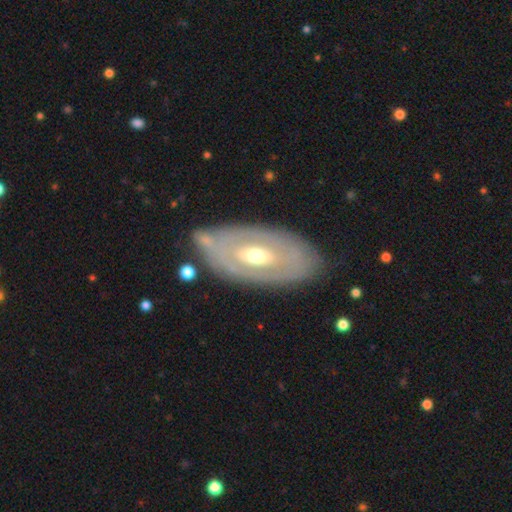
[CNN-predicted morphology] Q: Smooth or featured?
A: featured or disk (68%); runner-up: smooth (27%)
Q: Edge-on disk?
A: no (89%); runner-up: yes (11%)
Q: Bar?
A: no (55%); runner-up: weak (29%)
Q: Spiral arms?
A: no (68%); runner-up: yes (32%)
Q: Bulge size?
A: moderate (65%); runner-up: small (27%)
Q: Merging?
A: none (74%); runner-up: minor disturbance (16%)